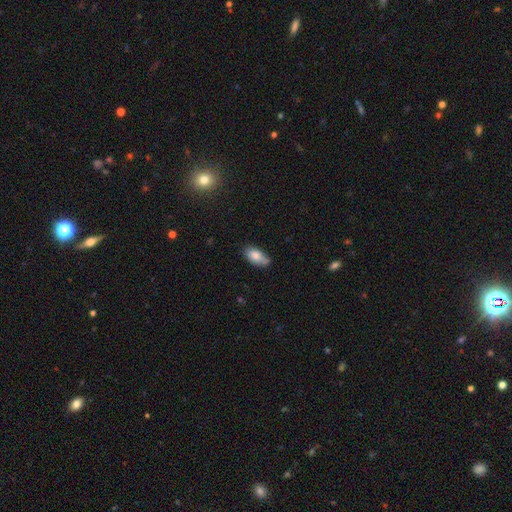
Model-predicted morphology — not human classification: Q: Smooth or featured?
A: smooth (81%); runner-up: featured or disk (12%)
Q: How rounded?
A: in between (92%); runner-up: cigar-shaped (4%)
Q: Merging?
A: none (61%); runner-up: minor disturbance (28%)